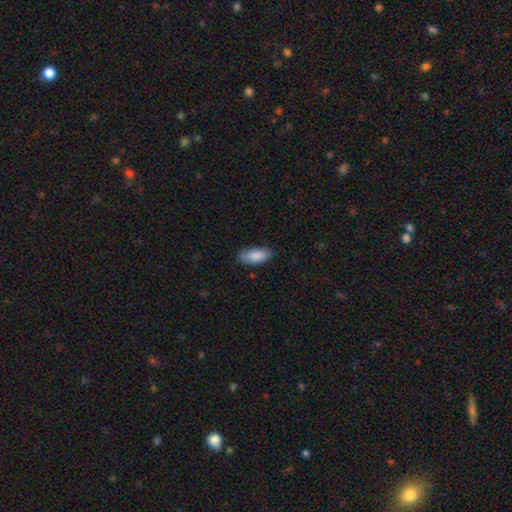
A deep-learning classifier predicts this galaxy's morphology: Smooth or featured? smooth (87%)
How rounded? in between (90%)
Merging? none (74%)